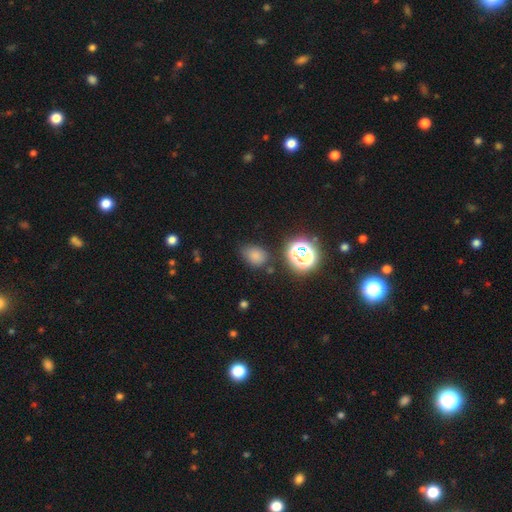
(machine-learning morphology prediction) Smooth or featured? smooth (74%)
How rounded? in between (59%)
Merging? none (72%)